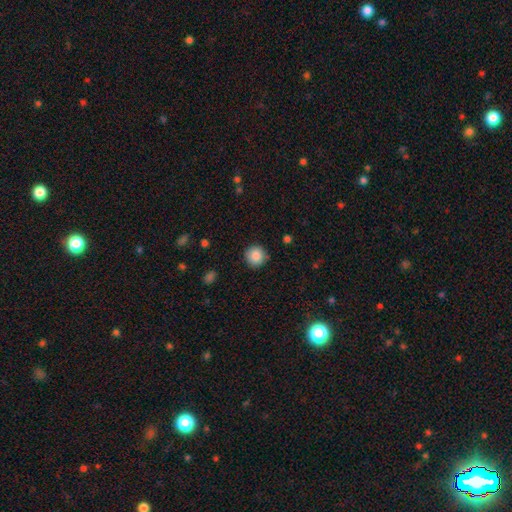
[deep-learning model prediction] Smooth or featured? smooth (87%)
How rounded? round (94%)
Merging? none (89%)